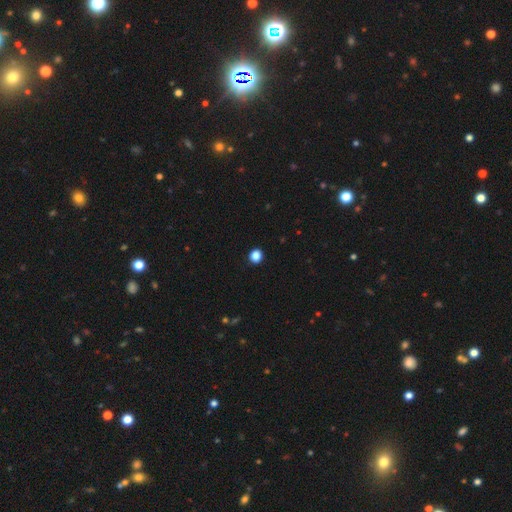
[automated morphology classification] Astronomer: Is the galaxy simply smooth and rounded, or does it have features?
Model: smooth — 87%.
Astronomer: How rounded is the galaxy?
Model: round — 85%.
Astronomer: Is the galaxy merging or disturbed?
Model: none — 93%.